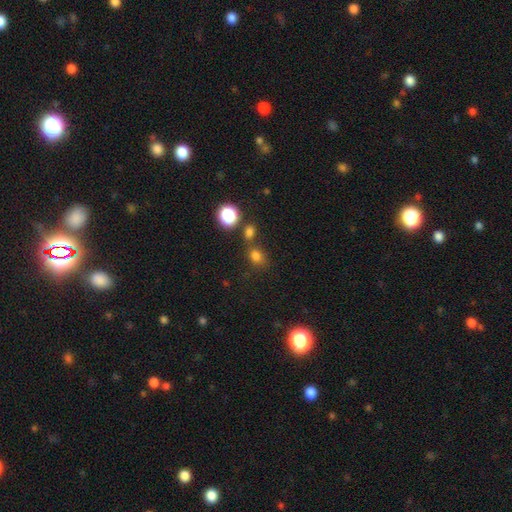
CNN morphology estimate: Q: Smooth or featured?
A: smooth (75%); runner-up: star or artifact (19%)
Q: How rounded?
A: round (56%); runner-up: in between (42%)
Q: Merging?
A: none (61%); runner-up: merger (19%)